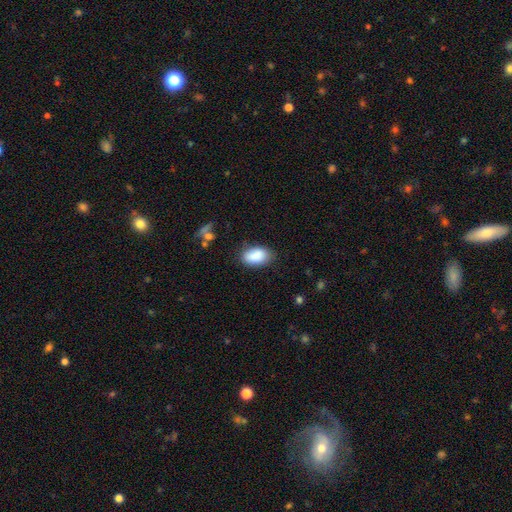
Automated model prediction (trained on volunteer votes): Morphology: type=smooth (88%); roundness=in between (92%); merging=none (79%).